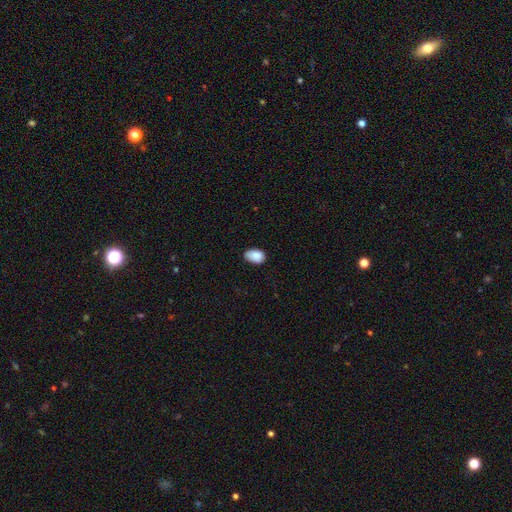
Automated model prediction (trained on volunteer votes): Smooth or featured? Predicted: smooth (p=0.87). How rounded? Predicted: in between (p=0.88). Merging? Predicted: none (p=0.68).